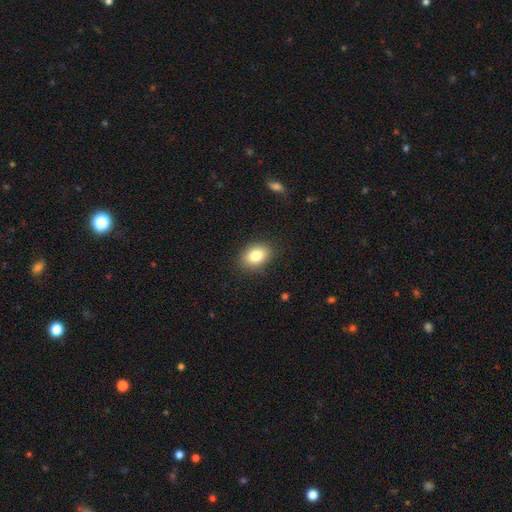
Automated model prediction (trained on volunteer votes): smooth_or_featured: smooth (p=0.83) [alt: star or artifact p=0.09]
how_rounded: in between (p=0.74) [alt: round p=0.25]
merging: none (p=0.86) [alt: minor disturbance p=0.10]